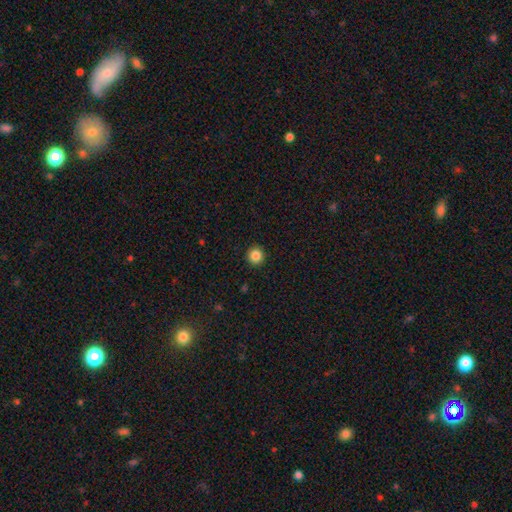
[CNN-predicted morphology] Smooth or featured? Predicted: smooth (p=0.86). How rounded? Predicted: round (p=0.95). Merging? Predicted: none (p=0.93).